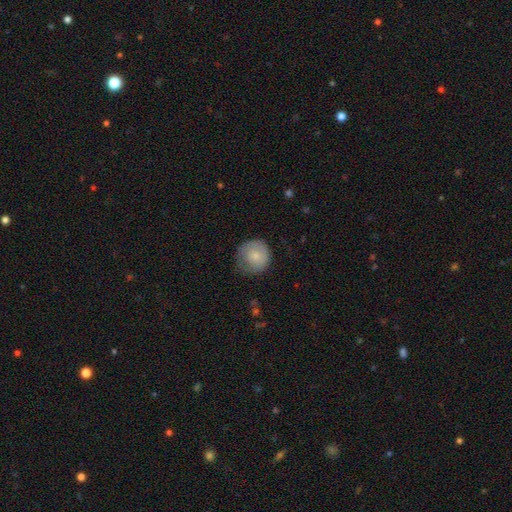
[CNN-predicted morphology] Overall: smooth (77%). How rounded: round (90%). Merging: none (61%; minor disturbance 28%).